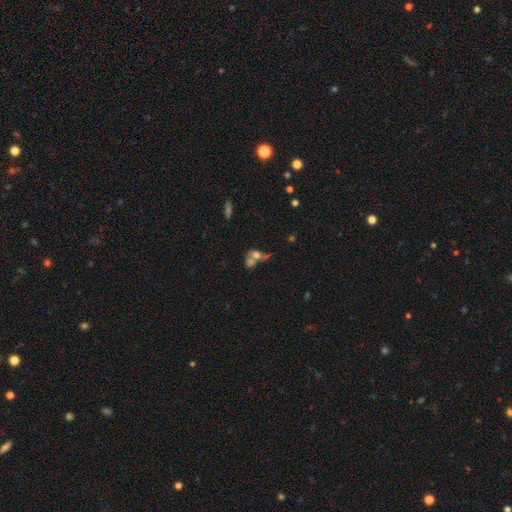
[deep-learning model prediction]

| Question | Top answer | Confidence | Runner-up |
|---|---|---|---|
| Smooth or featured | smooth | 54% | featured or disk (31%) |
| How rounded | in between | 57% | round (34%) |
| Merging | merger | 62% | none (20%) |